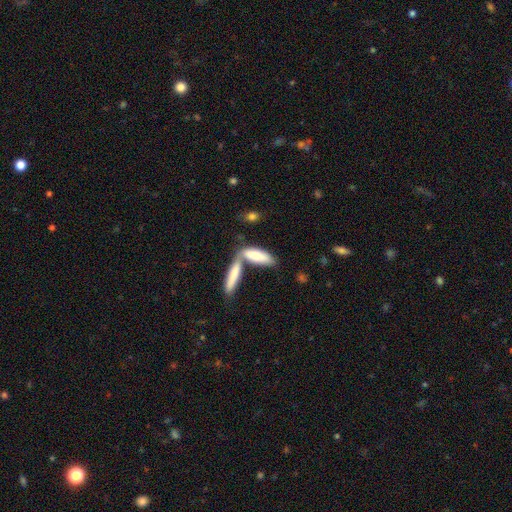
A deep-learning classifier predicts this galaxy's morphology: smooth-or-featured: smooth: 79% | featured or disk: 16% | star or artifact: 5%
  how-rounded: cigar-shaped: 52% | in between: 46% | round: 2%
  merging: merger: 49% | none: 36% | minor disturbance: 11% | major disturbance: 4%